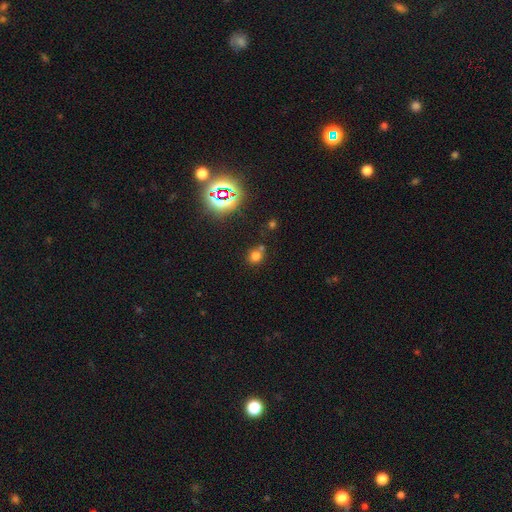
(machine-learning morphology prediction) This appears to be a smooth galaxy with no disk features (67%) that is round (78%). Merging: none (62%).